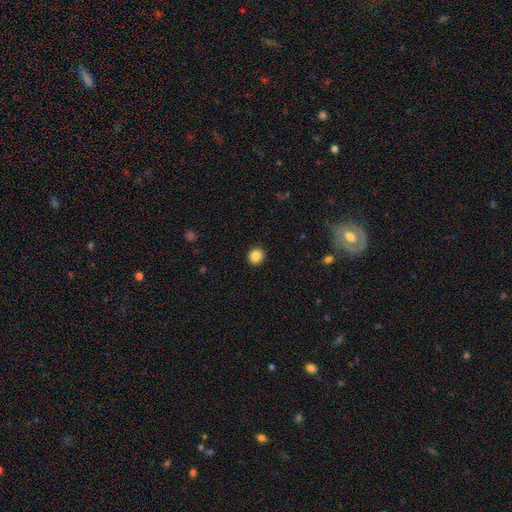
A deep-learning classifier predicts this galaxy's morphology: This appears to be a smooth galaxy with no disk features (87%) that is round (87%). Merging: none (92%).